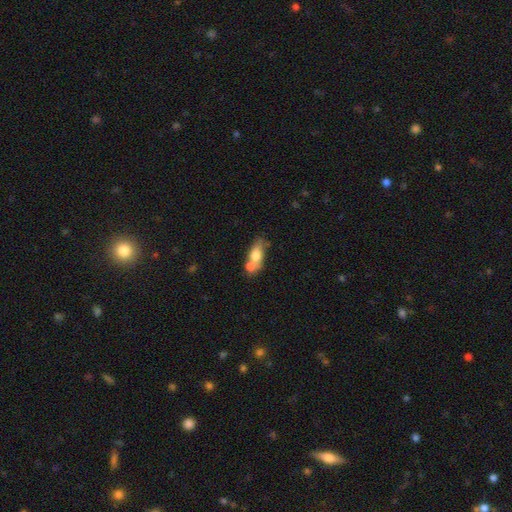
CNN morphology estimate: A smooth galaxy with no disk features (69%) that is in between round and cigar-shaped (75%). Merging: merger (50%).